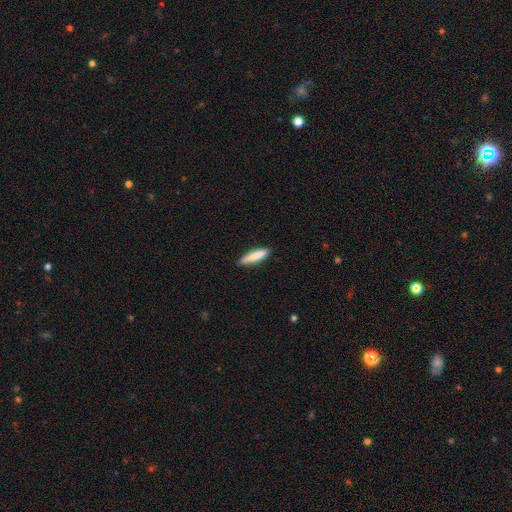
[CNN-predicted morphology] Smooth or featured?
  - smooth: 83% *
  - featured or disk: 11%
  - star or artifact: 6%
How rounded?
  - cigar-shaped: 80% *
  - in between: 19%
  - round: 1%
Merging?
  - none: 86% *
  - minor disturbance: 11%
  - major disturbance: 2%
  - merger: 1%